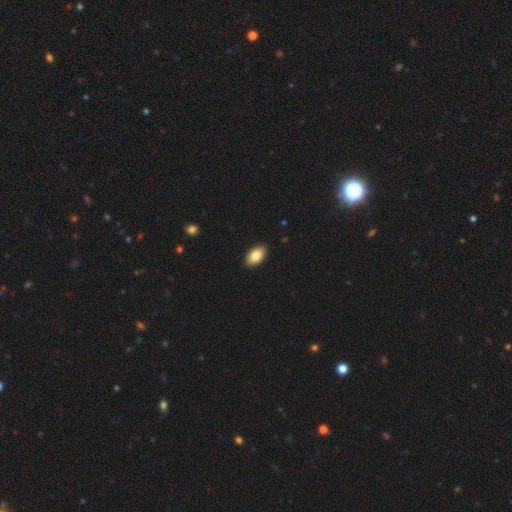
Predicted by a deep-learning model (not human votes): smooth 84%, featured or disk 9%, star or artifact 7%. Down the decision tree: how rounded — in between (93%); merging — none (90%).